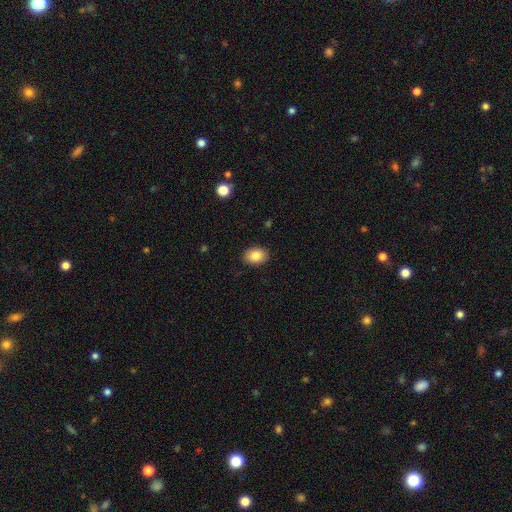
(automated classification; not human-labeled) A smooth galaxy with no disk features (84%) that is in between round and cigar-shaped (76%).

Vote fractions:
- Smooth or featured? smooth: 84% / star or artifact: 8% / featured or disk: 8%
- How rounded? in between: 76% / round: 23% / cigar-shaped: 1%
- Merging? none: 89% / minor disturbance: 8% / major disturbance: 2% / merger: 1%